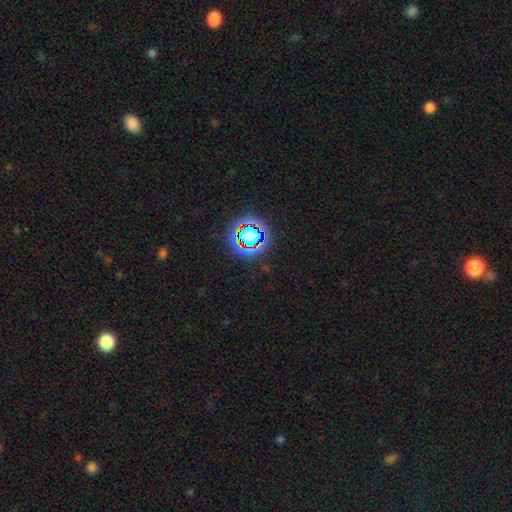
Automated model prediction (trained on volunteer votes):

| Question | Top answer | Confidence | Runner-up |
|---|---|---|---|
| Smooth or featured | star or artifact | 78% | smooth (14%) |